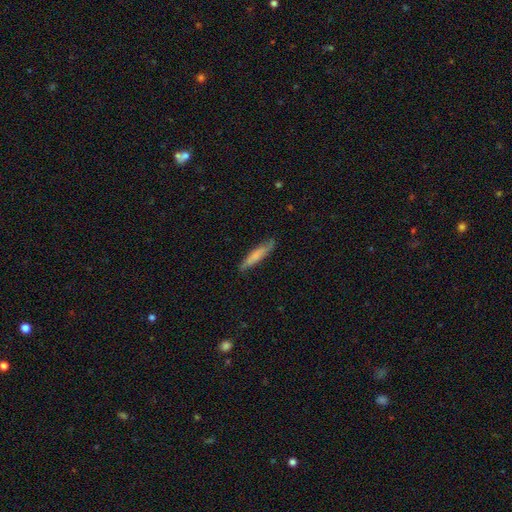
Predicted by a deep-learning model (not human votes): Q: Smooth or featured?
A: smooth (67%); runner-up: featured or disk (28%)
Q: How rounded?
A: cigar-shaped (89%); runner-up: in between (10%)
Q: Merging?
A: none (81%); runner-up: minor disturbance (15%)